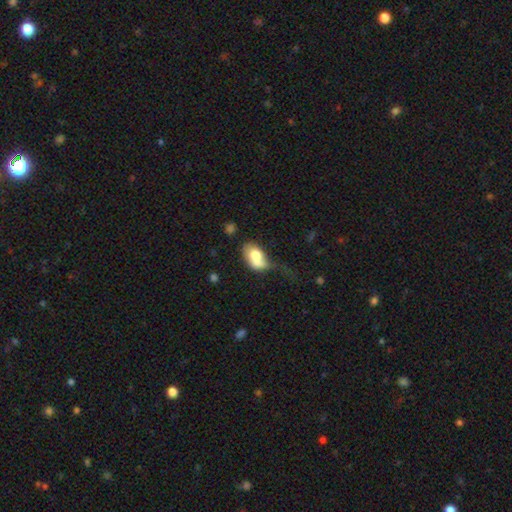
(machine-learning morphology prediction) Smooth or featured: smooth — 68% (featured or disk — 24%)
How rounded: in between — 79% (round — 19%)
Merging: merger — 30% (major disturbance — 25%)